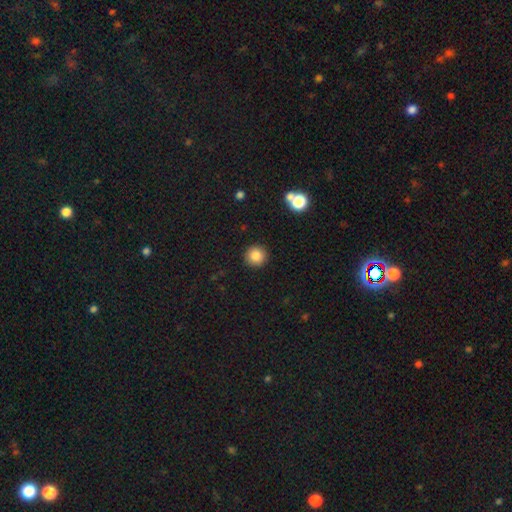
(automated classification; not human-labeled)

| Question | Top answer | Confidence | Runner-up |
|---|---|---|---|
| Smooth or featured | smooth | 84% | star or artifact (10%) |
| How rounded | round | 95% | in between (4%) |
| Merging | none | 92% | minor disturbance (5%) |